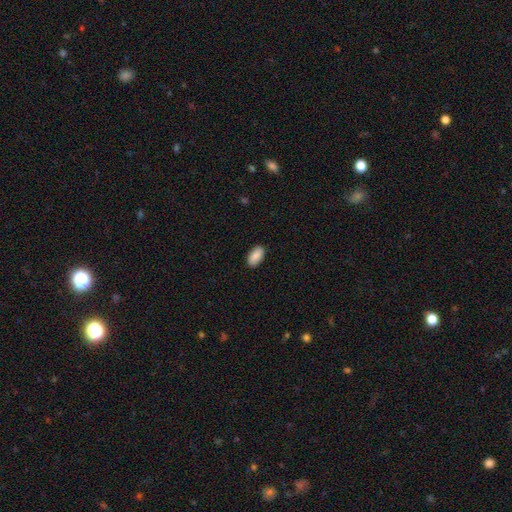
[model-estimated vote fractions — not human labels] This appears to be a smooth galaxy with no disk features (89%) that is in between round and cigar-shaped (94%). Merging: none (89%).